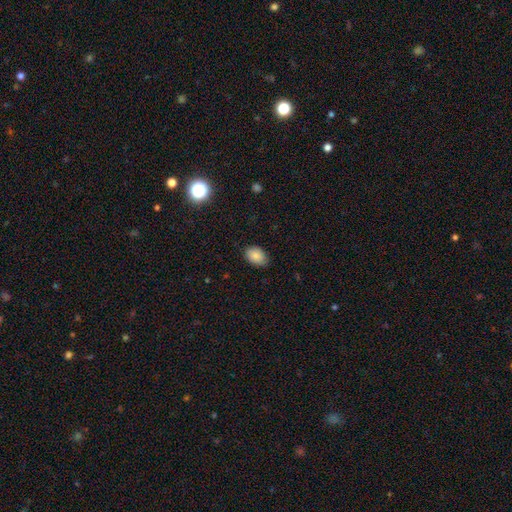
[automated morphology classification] Smooth or featured?
  - smooth: 85% *
  - star or artifact: 8%
  - featured or disk: 7%
How rounded?
  - in between: 81% *
  - round: 18%
  - cigar-shaped: 1%
Merging?
  - none: 80% *
  - minor disturbance: 17%
  - major disturbance: 3%
  - merger: 1%